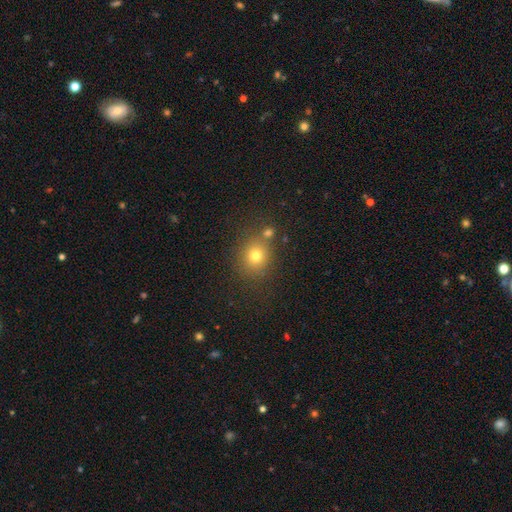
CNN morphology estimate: smooth-or-featured: smooth: 74% | star or artifact: 17% | featured or disk: 9%
  how-rounded: round: 81% | in between: 18% | cigar-shaped: 1%
  merging: none: 73% | merger: 13% | minor disturbance: 10% | major disturbance: 4%